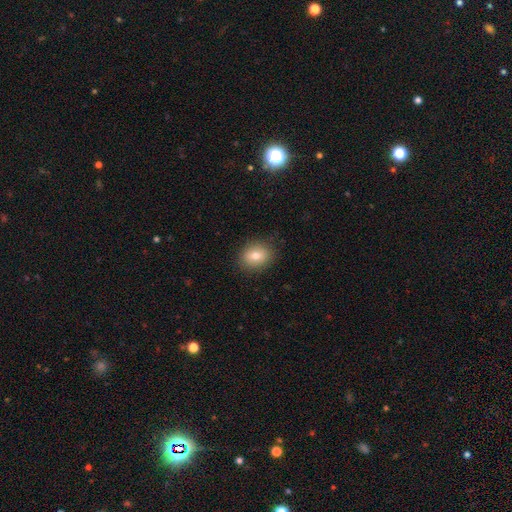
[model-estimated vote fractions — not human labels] Smooth or featured? Predicted: smooth (p=0.77). How rounded? Predicted: round (p=0.51). Merging? Predicted: none (p=0.85).